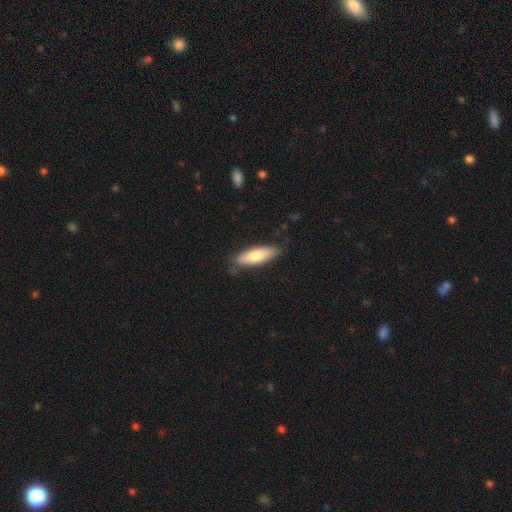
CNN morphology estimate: This appears to be a smooth galaxy with no disk features (72%) that is cigar-shaped (54%). Merging: none (82%).